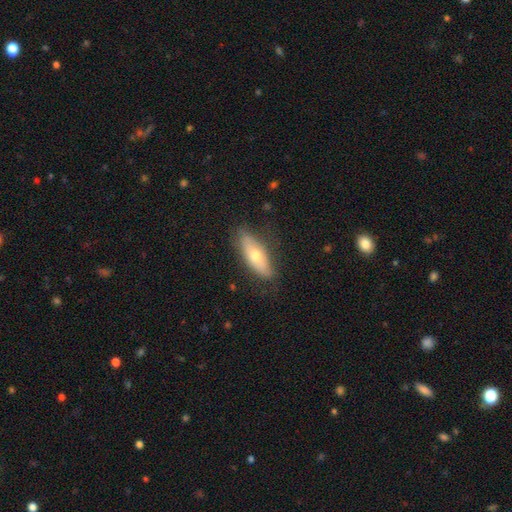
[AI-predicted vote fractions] smooth 59%, featured or disk 35%, star or artifact 6%. Down the decision tree: how rounded — in between (60%); merging — none (79%).